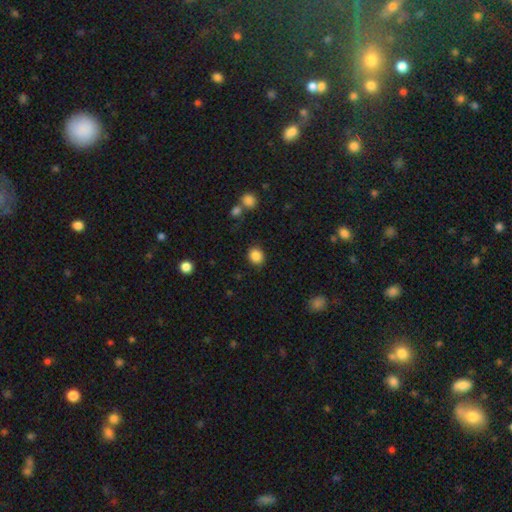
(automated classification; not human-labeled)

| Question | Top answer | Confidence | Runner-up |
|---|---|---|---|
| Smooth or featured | smooth | 87% | star or artifact (10%) |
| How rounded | round | 68% | in between (32%) |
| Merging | none | 85% | minor disturbance (10%) |